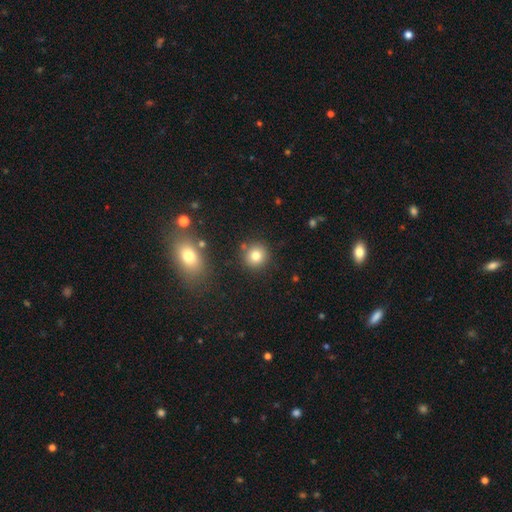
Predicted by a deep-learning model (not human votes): A smooth galaxy with no disk features (81%) that is round (91%).

Vote fractions:
- Smooth or featured? smooth: 81% / star or artifact: 11% / featured or disk: 8%
- How rounded? round: 91% / in between: 8% / cigar-shaped: 1%
- Merging? none: 83% / minor disturbance: 8% / merger: 6% / major disturbance: 3%